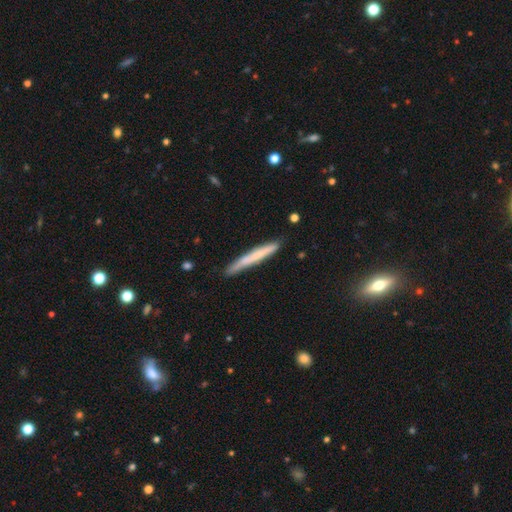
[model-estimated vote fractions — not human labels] Smooth or featured? smooth (61%)
How rounded? cigar-shaped (97%)
Merging? none (85%)